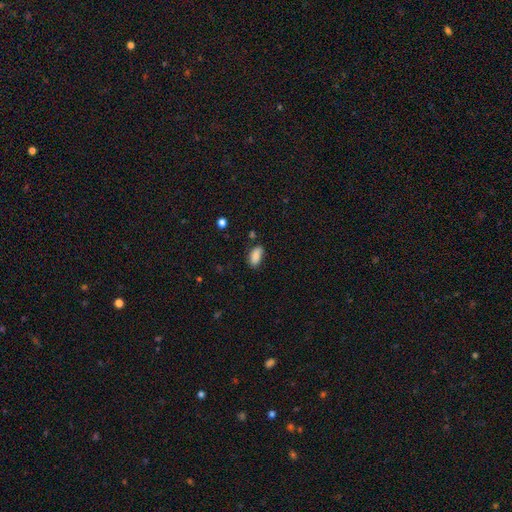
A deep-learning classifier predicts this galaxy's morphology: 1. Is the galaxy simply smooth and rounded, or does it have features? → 82% smooth, 10% featured or disk, 8% star or artifact.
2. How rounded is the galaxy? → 91% in between, 5% cigar-shaped, 4% round.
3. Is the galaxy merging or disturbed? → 69% none, 23% minor disturbance, 4% major disturbance, 3% merger.